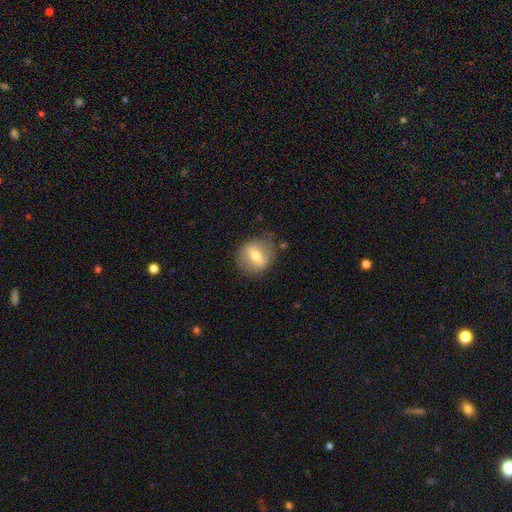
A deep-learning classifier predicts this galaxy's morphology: type=featured or disk (49%); merging=none (80%).